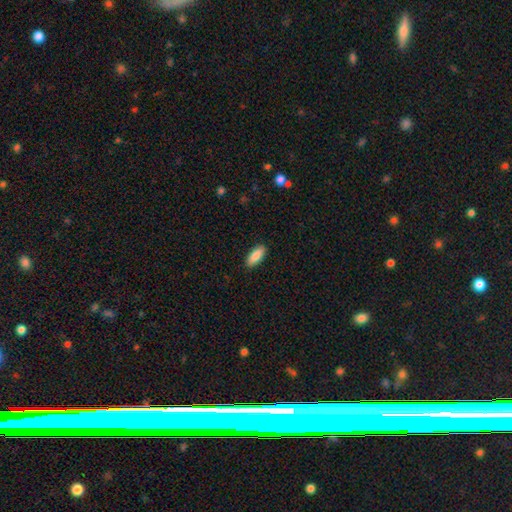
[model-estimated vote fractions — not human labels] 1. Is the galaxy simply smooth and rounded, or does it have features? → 86% smooth, 8% featured or disk, 6% star or artifact.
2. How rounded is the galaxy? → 78% in between, 20% cigar-shaped, 2% round.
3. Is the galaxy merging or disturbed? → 89% none, 8% minor disturbance, 2% major disturbance, 1% merger.